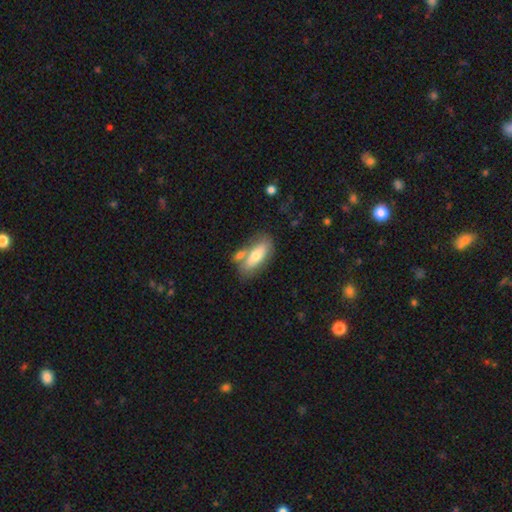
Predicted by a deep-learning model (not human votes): The model was most divided on "merging": none: 53%, merger: 26%, minor disturbance: 16%, major disturbance: 6%. More confident: how rounded — in between (76%); smooth or featured — smooth (68%).